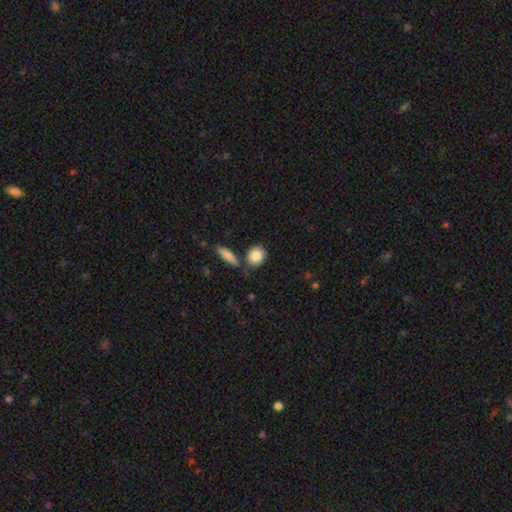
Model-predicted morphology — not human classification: Smooth or featured: smooth — 86% (featured or disk — 7%)
How rounded: round — 61% (in between — 36%)
Merging: none — 74% (minor disturbance — 12%)